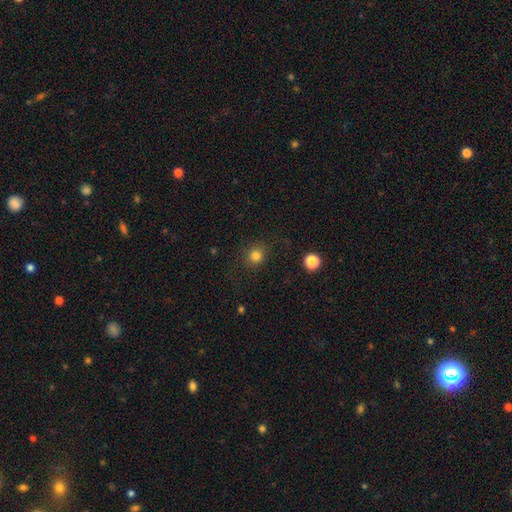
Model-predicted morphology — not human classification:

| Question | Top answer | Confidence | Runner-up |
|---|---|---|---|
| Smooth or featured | smooth | 81% | star or artifact (14%) |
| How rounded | round | 88% | in between (12%) |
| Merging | none | 85% | minor disturbance (10%) |